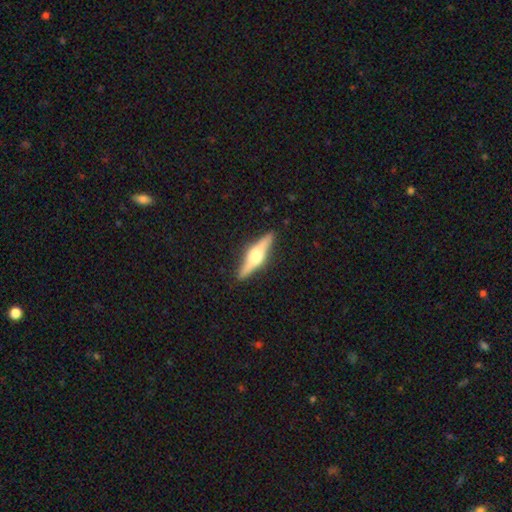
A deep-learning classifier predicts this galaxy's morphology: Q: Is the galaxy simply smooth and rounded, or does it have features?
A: featured or disk — 69%.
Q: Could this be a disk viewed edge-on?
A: yes — 96%.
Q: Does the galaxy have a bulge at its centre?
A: rounded — 92%.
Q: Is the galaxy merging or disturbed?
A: none — 90%.